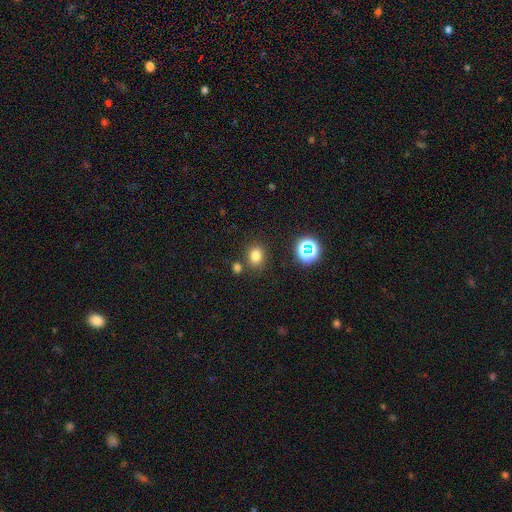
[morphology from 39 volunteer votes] This is clearly a smooth galaxy (92%). How rounded: likely round (69%). Merging: likely none (76%).